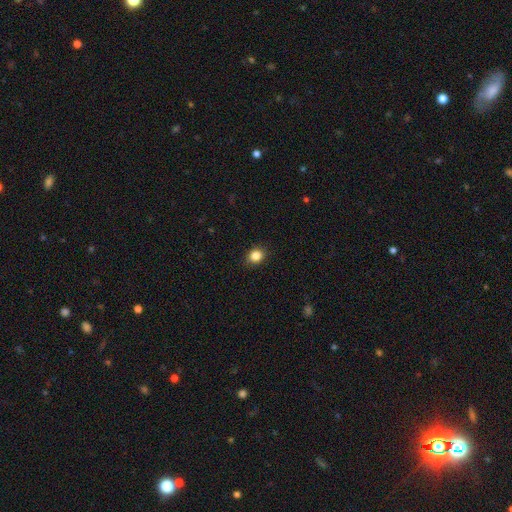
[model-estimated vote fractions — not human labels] Morphology: type=smooth (85%); roundness=round (62%); merging=none (89%).